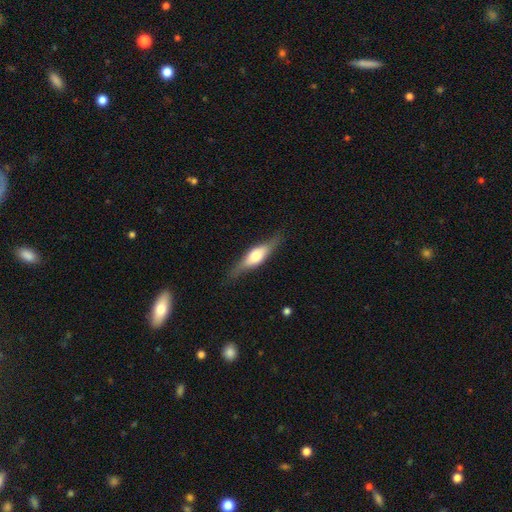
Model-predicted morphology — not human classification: smooth-or-featured: featured or disk: 54% | smooth: 41% | star or artifact: 6%
  disk-edge-on: yes: 90% | no: 10%
  merging: none: 80% | minor disturbance: 14% | major disturbance: 4% | merger: 1%